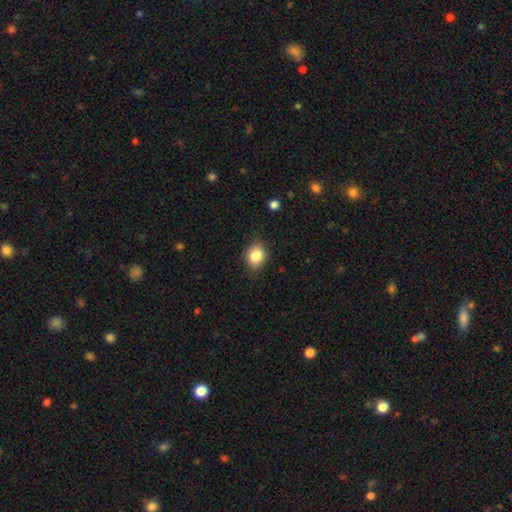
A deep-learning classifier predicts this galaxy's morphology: smooth 85%, star or artifact 9%, featured or disk 6%. Down the decision tree: how rounded — in between (49%, tied with round); merging — none (83%).